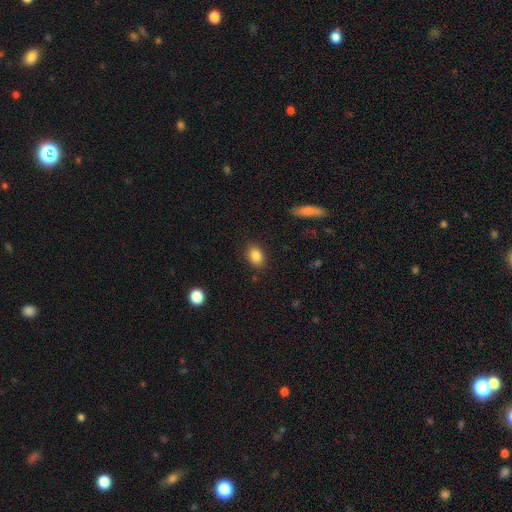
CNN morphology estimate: type=smooth (85%); roundness=in between (76%); merging=none (86%).